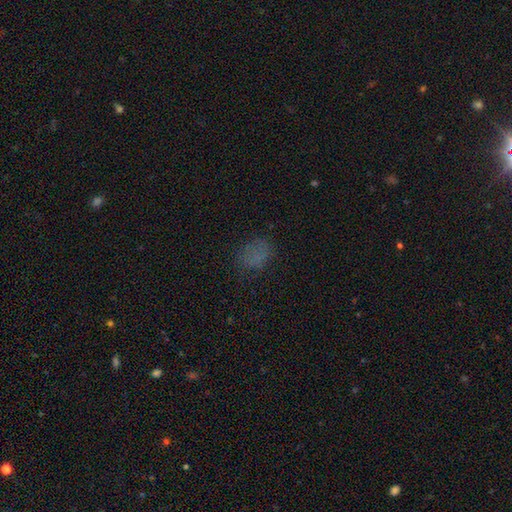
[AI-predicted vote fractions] Smooth or featured? smooth (66%)
How rounded? in between (70%)
Merging? none (68%)